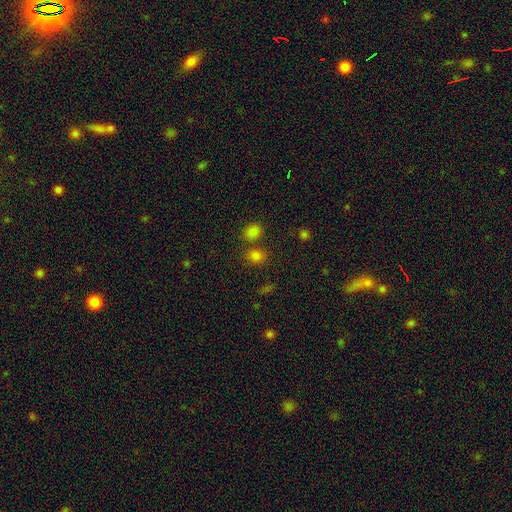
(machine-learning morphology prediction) Smooth or featured? smooth (77%)
How rounded? round (61%)
Merging? none (66%)